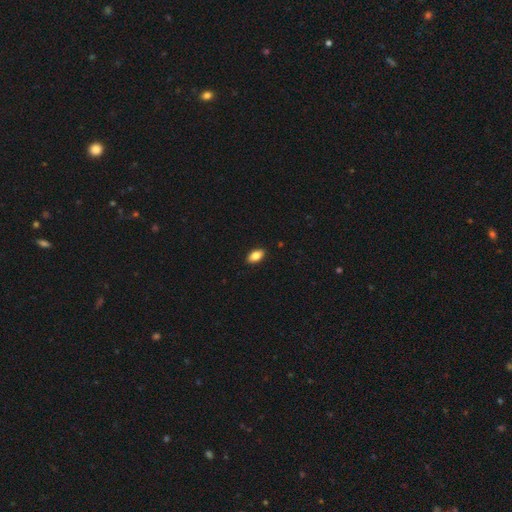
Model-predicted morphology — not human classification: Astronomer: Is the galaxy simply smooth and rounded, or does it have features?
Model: smooth — 82%.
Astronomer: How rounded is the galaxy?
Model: in between — 91%.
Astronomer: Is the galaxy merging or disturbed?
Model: none — 89%.